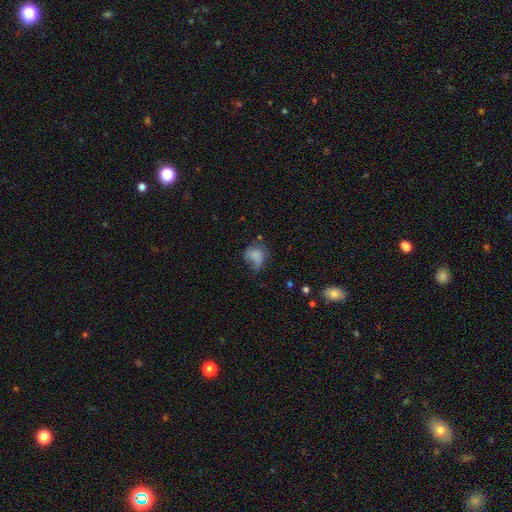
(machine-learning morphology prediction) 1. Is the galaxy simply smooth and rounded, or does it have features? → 69% smooth, 19% featured or disk, 12% star or artifact.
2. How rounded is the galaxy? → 50% in between, 48% round, 1% cigar-shaped.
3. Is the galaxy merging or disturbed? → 34% none, 33% minor disturbance, 29% major disturbance, 4% merger.